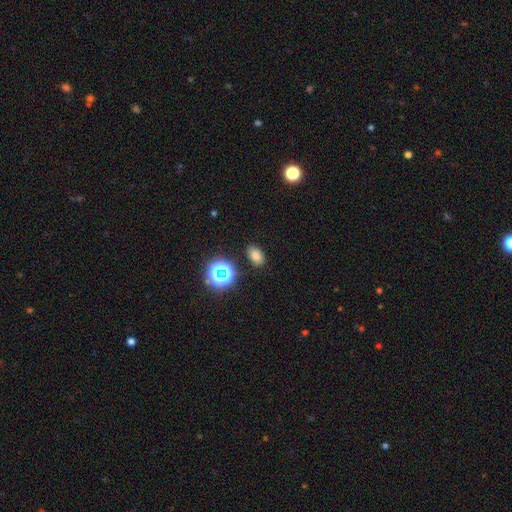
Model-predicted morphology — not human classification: This appears to be a smooth galaxy with no disk features (72%) that is in between round and cigar-shaped (85%). Merging: none (85%).